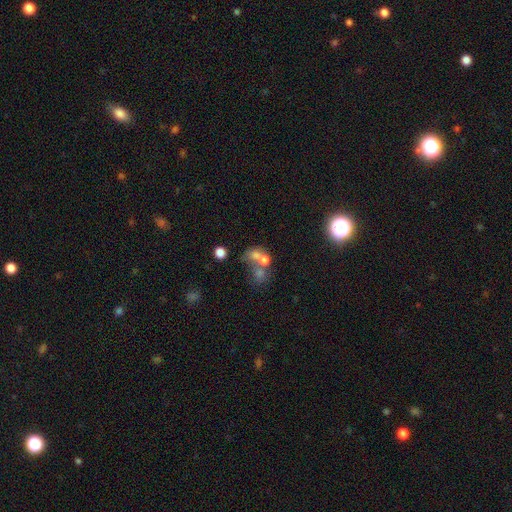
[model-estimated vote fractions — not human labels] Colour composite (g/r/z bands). It shows a smooth galaxy with no disk features (46%). Merging: merger (57%).